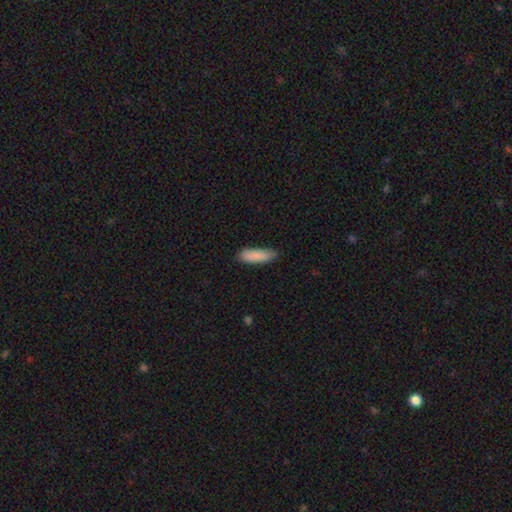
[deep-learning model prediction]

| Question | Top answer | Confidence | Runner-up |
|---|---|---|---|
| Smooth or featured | smooth | 88% | featured or disk (6%) |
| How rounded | cigar-shaped | 51% | in between (47%) |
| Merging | none | 83% | minor disturbance (13%) |